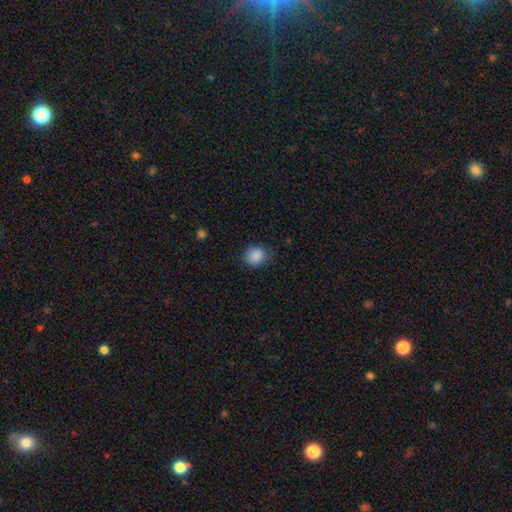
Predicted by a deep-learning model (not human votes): Q: Smooth or featured?
A: smooth (88%); runner-up: star or artifact (9%)
Q: How rounded?
A: round (69%); runner-up: in between (30%)
Q: Merging?
A: none (80%); runner-up: minor disturbance (15%)